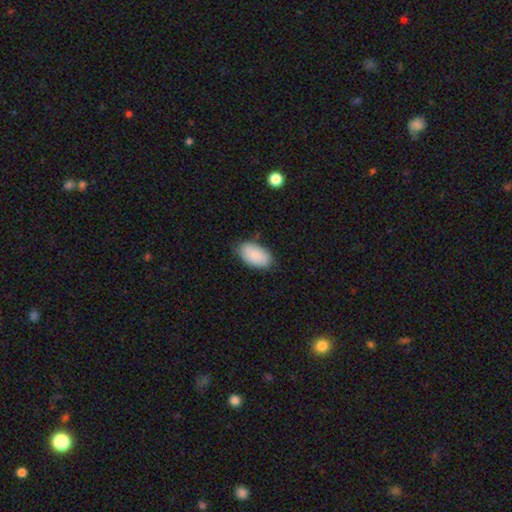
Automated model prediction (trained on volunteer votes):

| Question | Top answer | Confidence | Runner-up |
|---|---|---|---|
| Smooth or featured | smooth | 88% | star or artifact (6%) |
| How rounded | in between | 95% | round (4%) |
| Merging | none | 79% | minor disturbance (17%) |